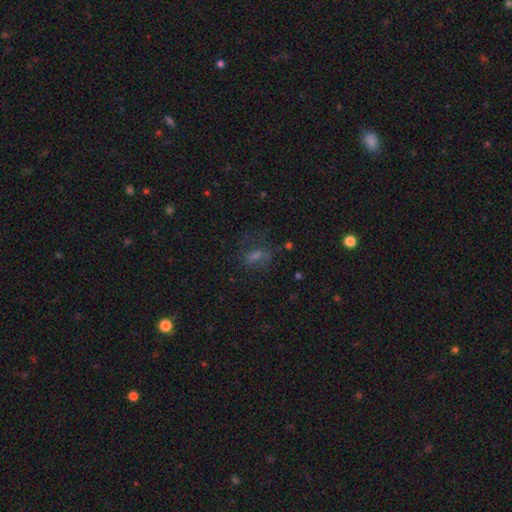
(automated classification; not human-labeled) Morphology: type=smooth (42%); merging=none (60%).